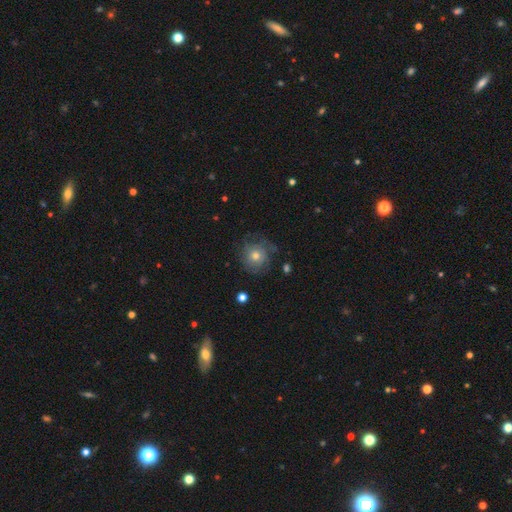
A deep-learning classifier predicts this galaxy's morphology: smooth 50%, featured or disk 39%, star or artifact 12%. Down the decision tree: merging — none (69%).